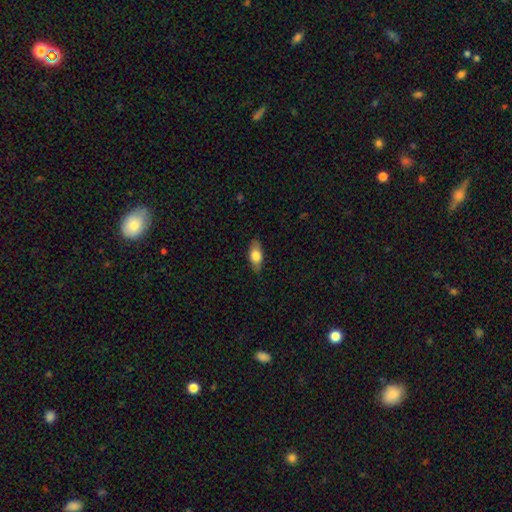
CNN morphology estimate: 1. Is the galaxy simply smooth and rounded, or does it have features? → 70% smooth, 24% featured or disk, 7% star or artifact.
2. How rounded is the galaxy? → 83% in between, 13% cigar-shaped, 5% round.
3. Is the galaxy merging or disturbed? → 82% none, 14% minor disturbance, 3% major disturbance, 1% merger.